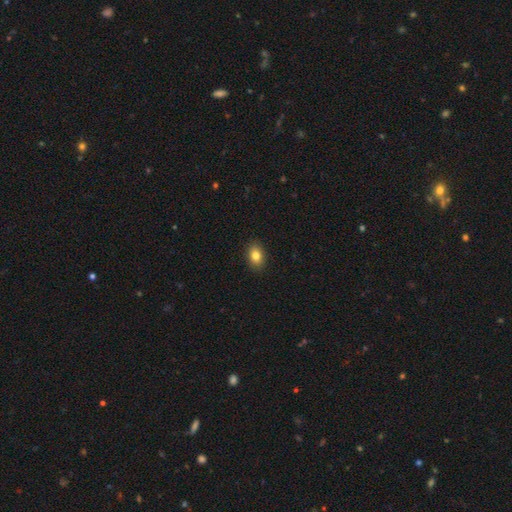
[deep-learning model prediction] This appears to be a smooth galaxy with no disk features (82%) that is in between round and cigar-shaped (78%). Merging: none (90%).